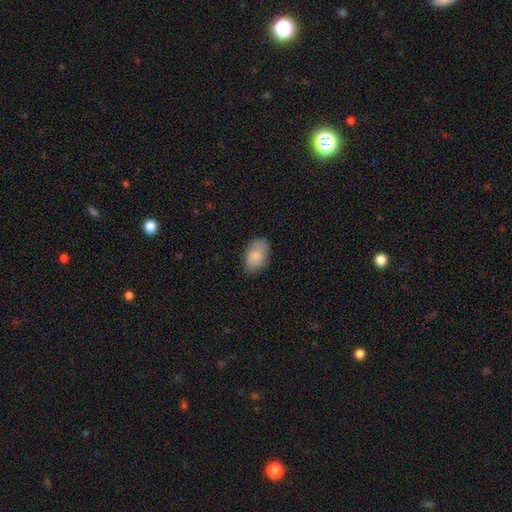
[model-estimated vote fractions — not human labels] Smooth or featured?
  - smooth: 84% *
  - featured or disk: 10%
  - star or artifact: 7%
How rounded?
  - in between: 91% *
  - round: 8%
  - cigar-shaped: 1%
Merging?
  - none: 75% *
  - minor disturbance: 20%
  - major disturbance: 4%
  - merger: 1%